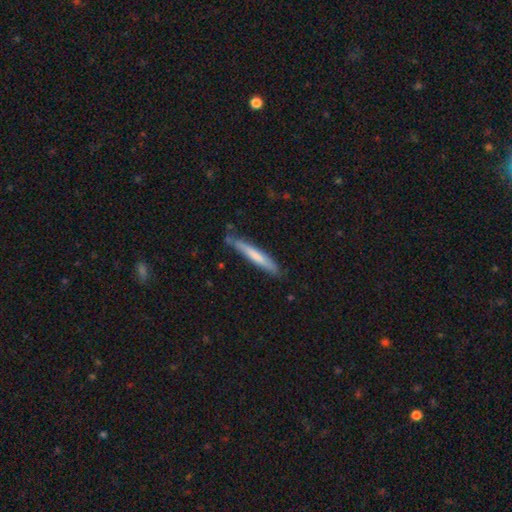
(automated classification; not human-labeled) This is likely a smooth galaxy (65%). How rounded: clearly cigar-shaped (95%). Merging: likely none (76%).